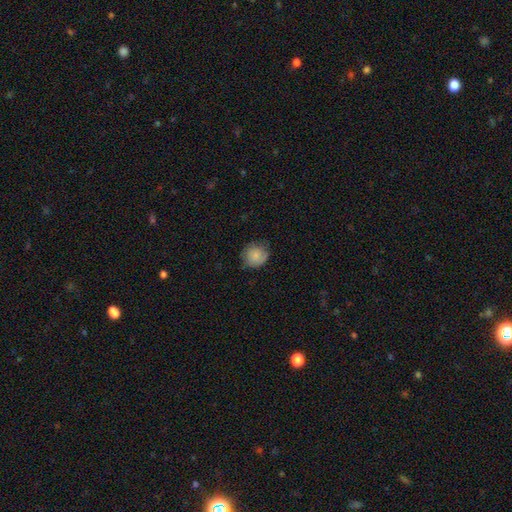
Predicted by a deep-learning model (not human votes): The model was most divided on "merging": none: 69%, minor disturbance: 25%, major disturbance: 6%, merger: 1%. More confident: how rounded — round (84%); smooth or featured — smooth (80%).